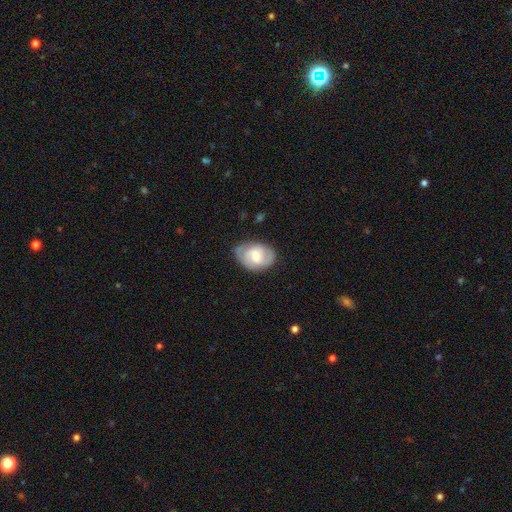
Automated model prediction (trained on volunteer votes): This appears to be a featured or disk galaxy (57%) with a weak bar (50%), spiral arms (82%) and a moderate central bulge (47%). Merging: none (71%).